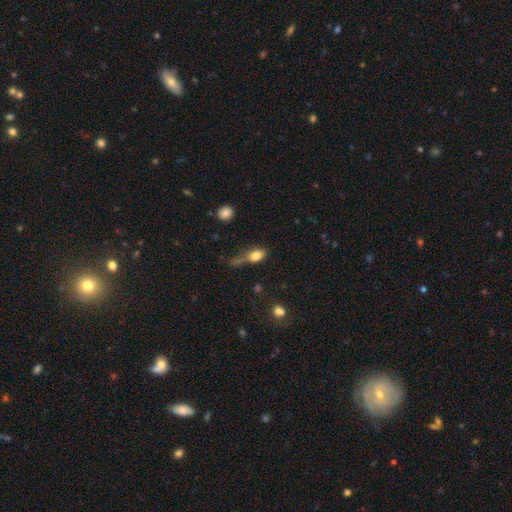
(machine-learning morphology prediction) Overall: smooth (78%). How rounded: in between (78%). Merging: none (31%; minor disturbance 29%).